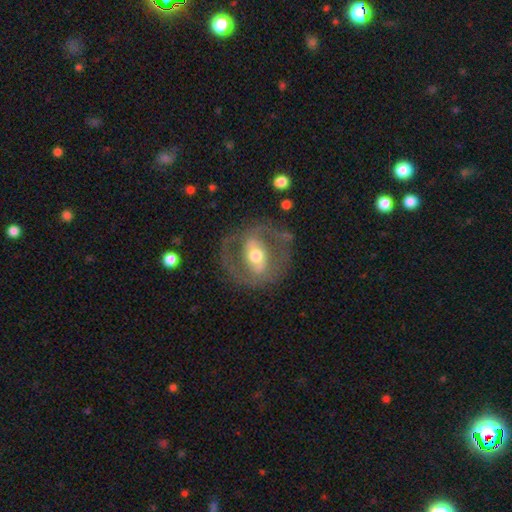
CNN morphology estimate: Smooth or featured: featured or disk — 73% (smooth — 22%)
Edge-on disk: no — 93% (yes — 7%)
Bar: strong — 38% (weak — 32%)
Spiral arms: no — 51% (yes — 49%)
Bulge size: moderate — 68% (large — 15%)
Merging: none — 71% (minor disturbance — 14%)